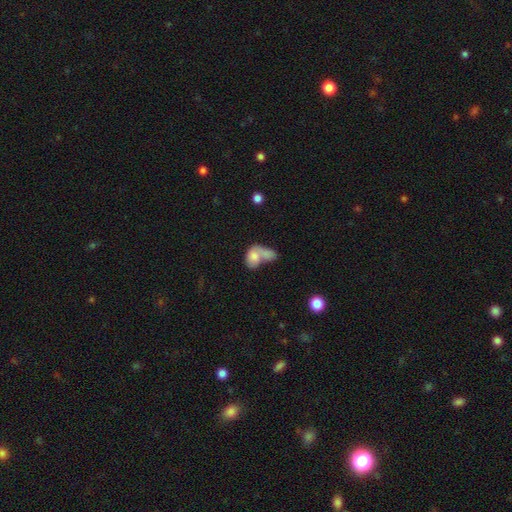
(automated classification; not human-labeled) Q: Smooth or featured?
A: smooth (75%); runner-up: featured or disk (17%)
Q: How rounded?
A: in between (80%); runner-up: round (18%)
Q: Merging?
A: merger (65%); runner-up: none (16%)